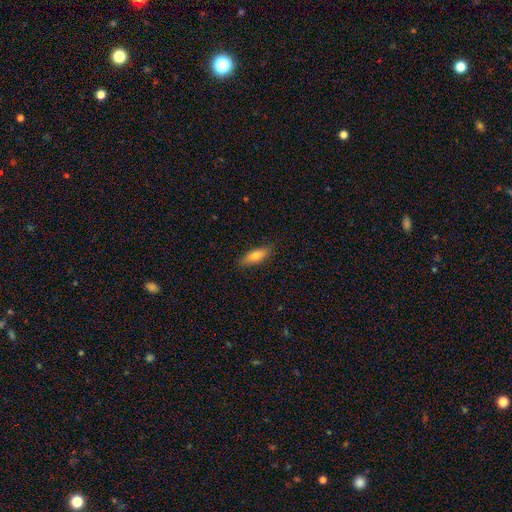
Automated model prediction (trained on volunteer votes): Smooth or featured: smooth — 76% (featured or disk — 17%)
How rounded: in between — 69% (cigar-shaped — 28%)
Merging: none — 84% (minor disturbance — 12%)